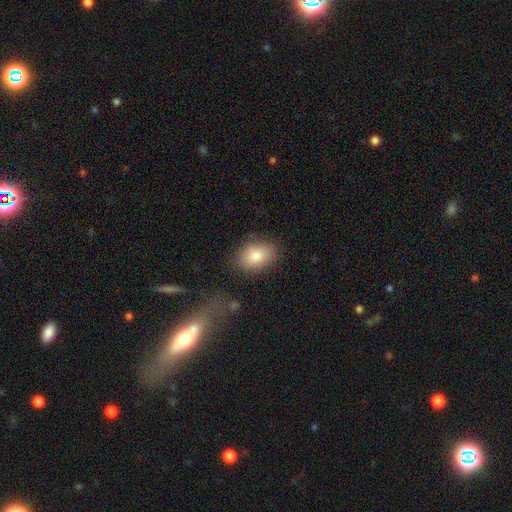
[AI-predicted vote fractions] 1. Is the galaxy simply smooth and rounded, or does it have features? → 83% smooth, 10% featured or disk, 8% star or artifact.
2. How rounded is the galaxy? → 80% in between, 18% round, 1% cigar-shaped.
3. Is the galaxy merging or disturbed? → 79% none, 14% minor disturbance, 4% major disturbance, 3% merger.